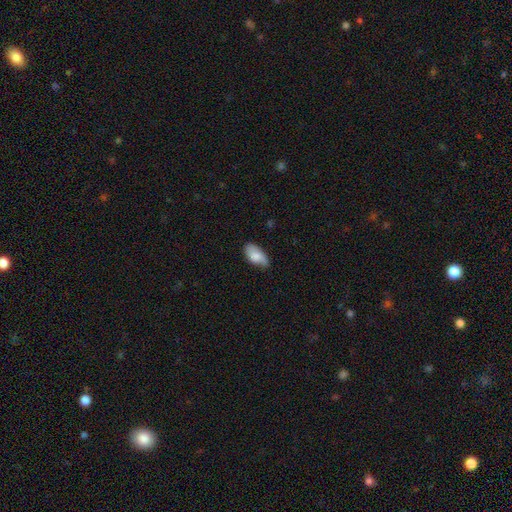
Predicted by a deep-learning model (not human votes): Overall: smooth (77%). How rounded: in between (93%). Merging: none (67%; minor disturbance 27%).